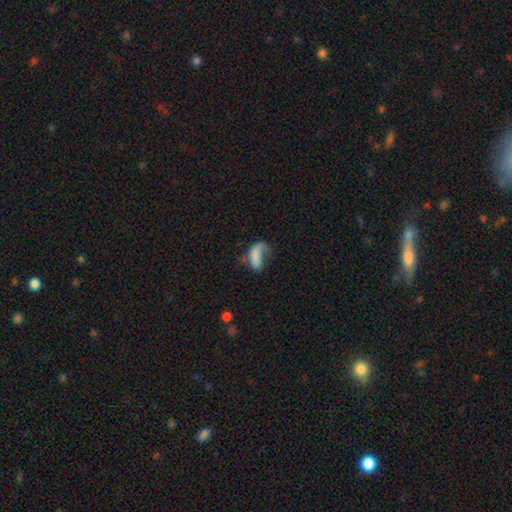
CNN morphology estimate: Q: Smooth or featured?
A: smooth (61%); runner-up: featured or disk (29%)
Q: How rounded?
A: in between (81%); runner-up: cigar-shaped (14%)
Q: Merging?
A: major disturbance (49%); runner-up: none (25%)